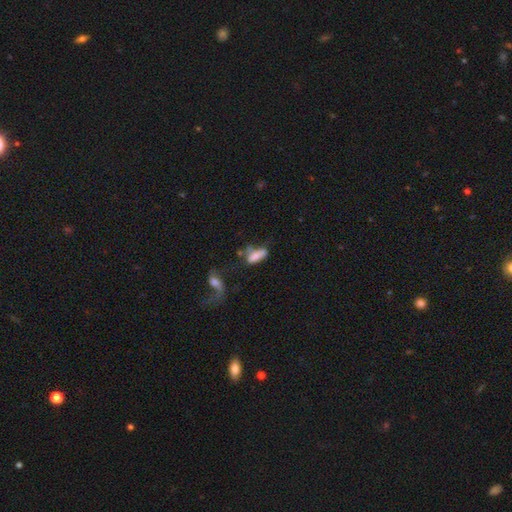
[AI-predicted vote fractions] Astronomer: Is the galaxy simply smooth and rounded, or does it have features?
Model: smooth — 65%.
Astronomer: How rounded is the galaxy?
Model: in between — 70%.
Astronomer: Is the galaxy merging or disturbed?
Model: none — 30% (runner-up: major disturbance, 26%).